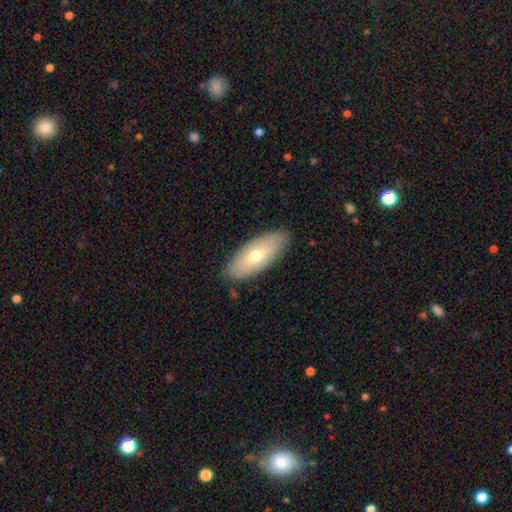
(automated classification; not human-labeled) smooth-or-featured: smooth: 64% | featured or disk: 30% | star or artifact: 6%
  how-rounded: in between: 81% | cigar-shaped: 16% | round: 2%
  merging: none: 86% | minor disturbance: 11% | major disturbance: 2% | merger: 1%